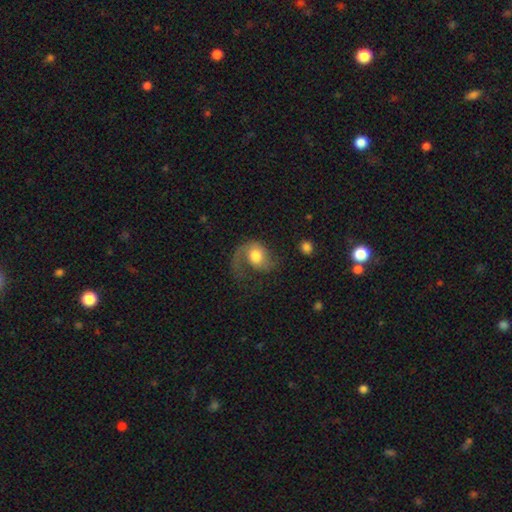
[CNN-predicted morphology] type=featured or disk (63%); edge-on=no (97%); bar=no (70%); spiral arms=yes (89%); winding=loose (52%); arm count=1 (61%); bulge=moderate (55%); merging=major disturbance (44%).